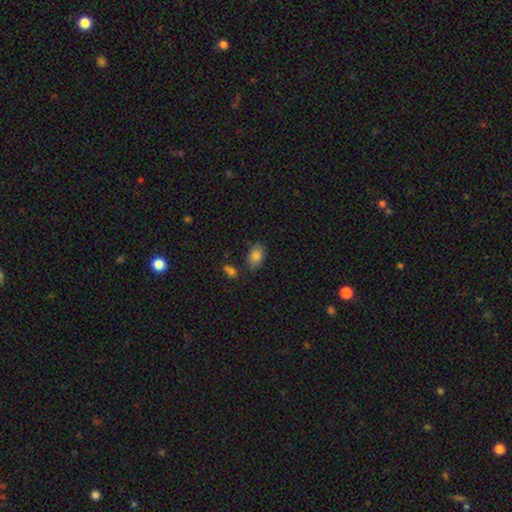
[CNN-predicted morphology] Smooth or featured?
  - smooth: 84% *
  - star or artifact: 9%
  - featured or disk: 7%
How rounded?
  - in between: 82% *
  - round: 17%
  - cigar-shaped: 1%
Merging?
  - none: 75% *
  - minor disturbance: 16%
  - merger: 6%
  - major disturbance: 4%